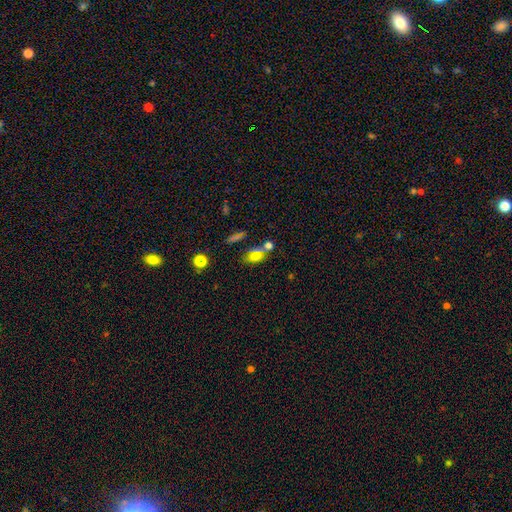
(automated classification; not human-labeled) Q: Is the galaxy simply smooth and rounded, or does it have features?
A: smooth — 67%.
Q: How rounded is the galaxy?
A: in between — 76%.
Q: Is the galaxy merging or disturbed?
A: none — 49%.